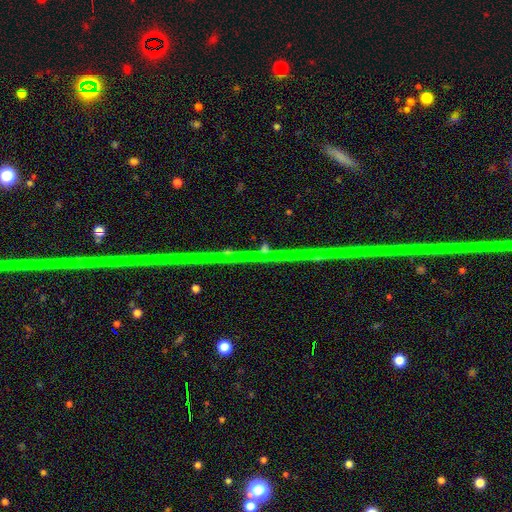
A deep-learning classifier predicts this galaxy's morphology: This appears to be a star or artifact, not a galaxy (84%).